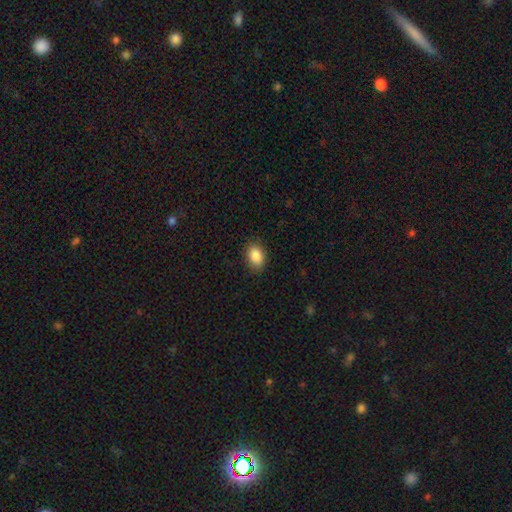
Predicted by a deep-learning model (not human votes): Smooth or featured? smooth (88%)
How rounded? in between (85%)
Merging? none (87%)